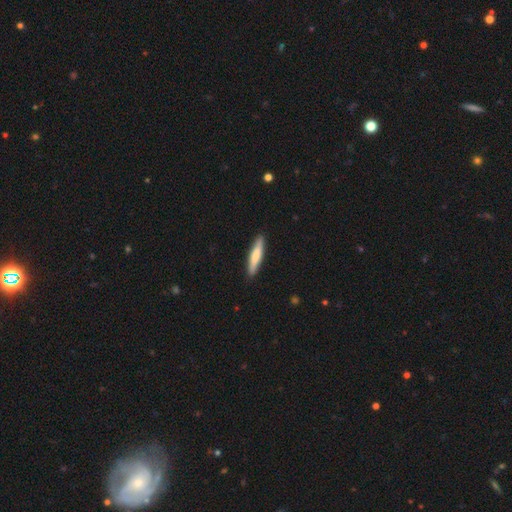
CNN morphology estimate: smooth 70%, featured or disk 25%, star or artifact 5%. Down the decision tree: how rounded — cigar-shaped (88%); merging — none (90%).